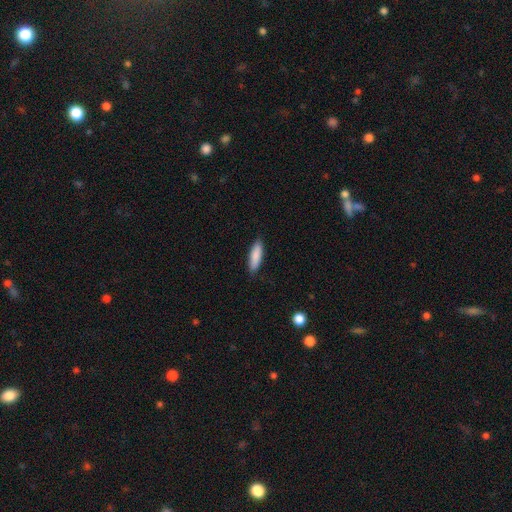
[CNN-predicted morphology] Smooth or featured: smooth — 87% (featured or disk — 7%)
How rounded: cigar-shaped — 57% (in between — 42%)
Merging: none — 87% (minor disturbance — 10%)